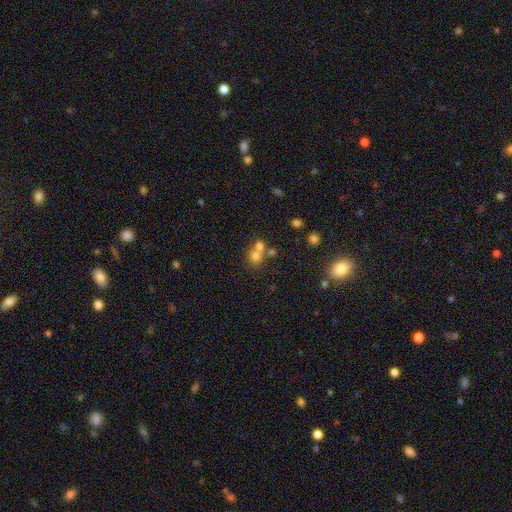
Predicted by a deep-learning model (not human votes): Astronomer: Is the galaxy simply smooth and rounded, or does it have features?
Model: smooth — 69%.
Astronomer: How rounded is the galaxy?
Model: round — 78%.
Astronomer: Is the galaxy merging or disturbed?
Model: merger — 56% (runner-up: none, 35%).